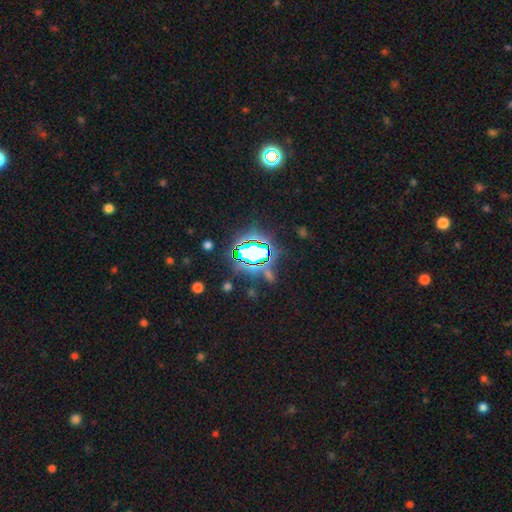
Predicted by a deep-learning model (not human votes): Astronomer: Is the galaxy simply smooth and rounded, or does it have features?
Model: star or artifact — 70%.